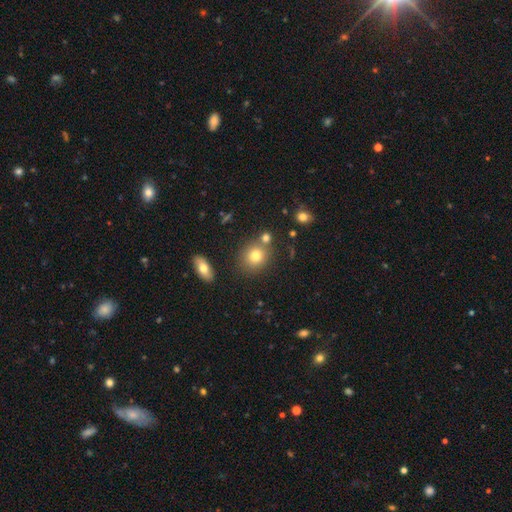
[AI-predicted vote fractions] Smooth or featured?
  - smooth: 77% *
  - star or artifact: 12%
  - featured or disk: 11%
How rounded?
  - round: 72% *
  - in between: 26%
  - cigar-shaped: 1%
Merging?
  - none: 70% *
  - merger: 16%
  - minor disturbance: 11%
  - major disturbance: 3%